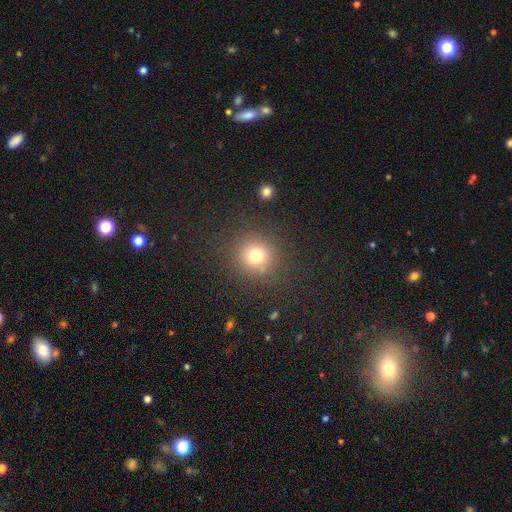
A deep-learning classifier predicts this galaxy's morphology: Smooth or featured? Predicted: smooth (p=0.75). How rounded? Predicted: round (p=0.89). Merging? Predicted: none (p=0.83).